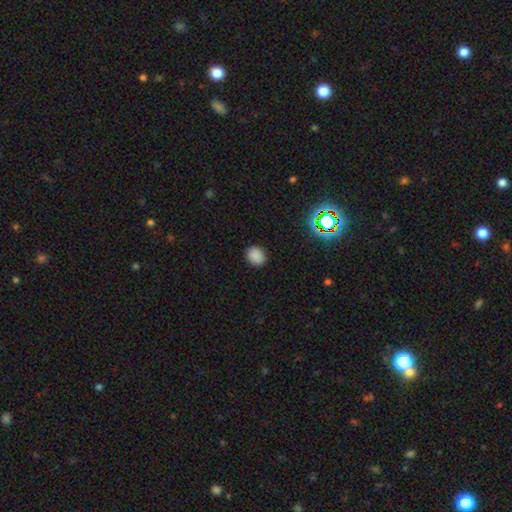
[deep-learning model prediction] Morphology: type=smooth (84%); roundness=round (59%); merging=none (89%).